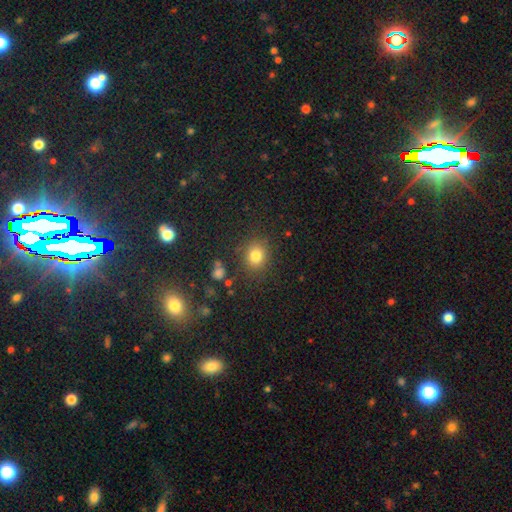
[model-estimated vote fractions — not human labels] The model was most divided on "how rounded": round: 72%, in between: 27%, cigar-shaped: 1%. More confident: merging — none (83%); smooth or featured — smooth (80%).